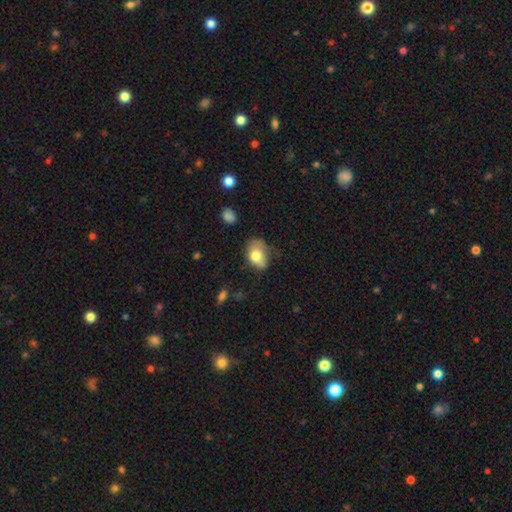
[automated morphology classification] A smooth galaxy with no disk features (75%) that is in between round and cigar-shaped (80%).

Vote fractions:
- Smooth or featured? smooth: 75% / featured or disk: 17% / star or artifact: 7%
- How rounded? in between: 80% / round: 18% / cigar-shaped: 1%
- Merging? none: 39% / minor disturbance: 38% / major disturbance: 20% / merger: 3%